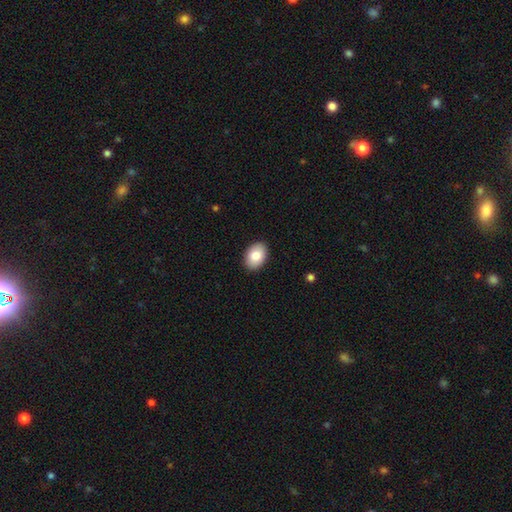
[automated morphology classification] smooth 84%, featured or disk 10%, star or artifact 7%. Down the decision tree: how rounded — in between (86%); merging — none (91%).